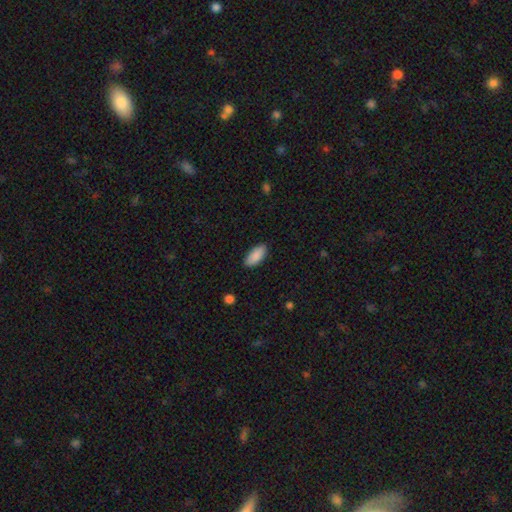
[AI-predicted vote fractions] Smooth or featured? smooth (90%)
How rounded? in between (89%)
Merging? none (88%)